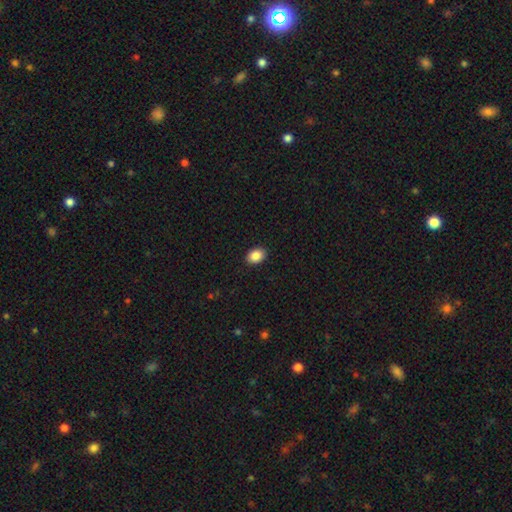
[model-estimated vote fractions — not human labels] The model was most divided on "how rounded": in between: 77%, round: 22%, cigar-shaped: 1%. More confident: merging — none (91%); smooth or featured — smooth (88%).